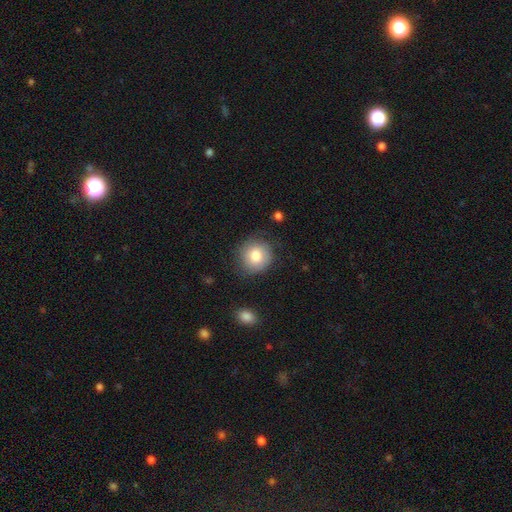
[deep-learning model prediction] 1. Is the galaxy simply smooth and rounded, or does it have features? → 80% smooth, 12% featured or disk, 8% star or artifact.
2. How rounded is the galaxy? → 86% round, 13% in between, 1% cigar-shaped.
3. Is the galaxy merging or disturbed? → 77% none, 16% minor disturbance, 5% major disturbance, 2% merger.